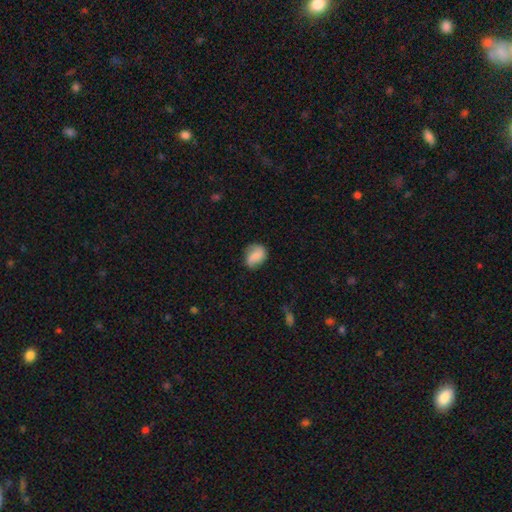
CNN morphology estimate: Smooth or featured? Predicted: smooth (p=0.67). How rounded? Predicted: in between (p=0.58). Merging? Predicted: none (p=0.67).